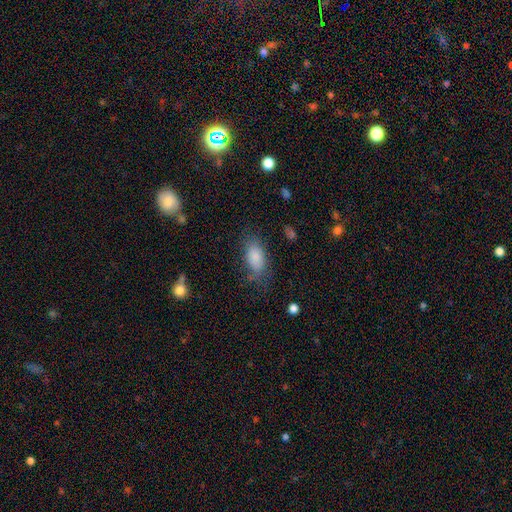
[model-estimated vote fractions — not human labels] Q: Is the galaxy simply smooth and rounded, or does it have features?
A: smooth — 77%.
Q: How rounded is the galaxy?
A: in between — 89%.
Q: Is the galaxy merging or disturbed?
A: none — 65%.